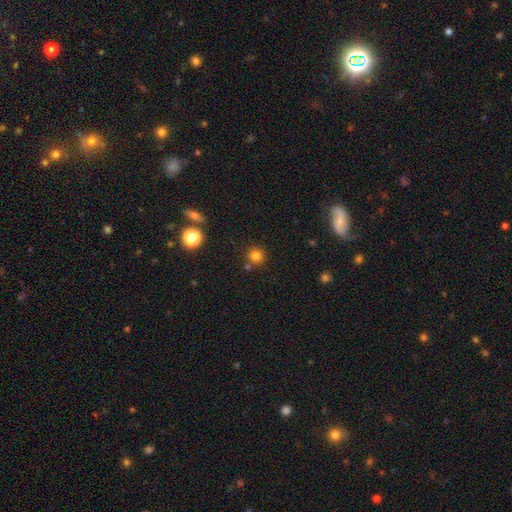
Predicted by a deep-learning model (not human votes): Smooth or featured?
  - smooth: 79% *
  - star or artifact: 15%
  - featured or disk: 6%
How rounded?
  - round: 92% *
  - in between: 7%
  - cigar-shaped: 1%
Merging?
  - none: 78% *
  - merger: 11%
  - minor disturbance: 8%
  - major disturbance: 3%